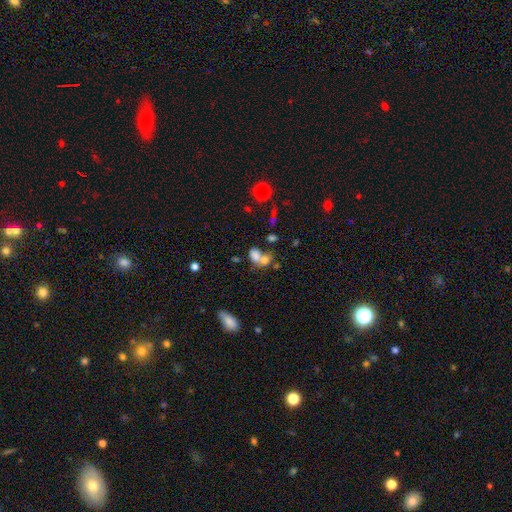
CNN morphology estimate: A smooth galaxy with no disk features (73%) that is in between round and cigar-shaped (68%). Merging: merger (59%).